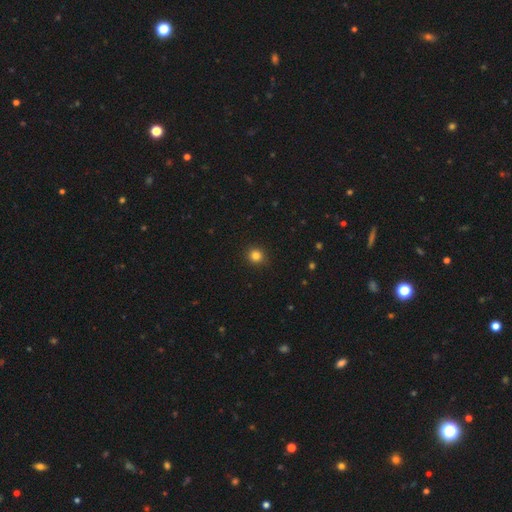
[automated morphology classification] Smooth or featured? Predicted: smooth (p=0.83). How rounded? Predicted: round (p=0.90). Merging? Predicted: none (p=0.91).